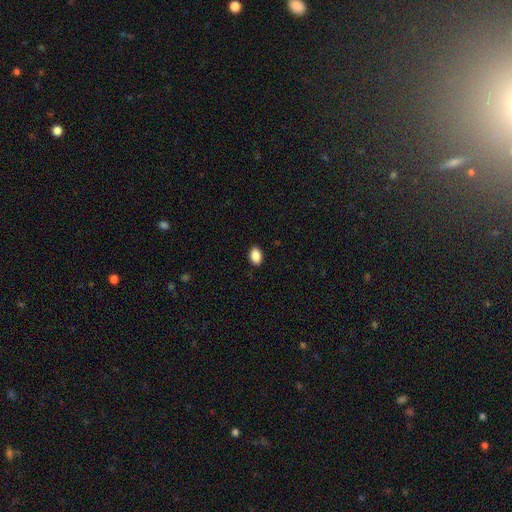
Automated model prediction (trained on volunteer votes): Q: Smooth or featured?
A: smooth (89%); runner-up: star or artifact (8%)
Q: How rounded?
A: in between (88%); runner-up: round (11%)
Q: Merging?
A: none (90%); runner-up: minor disturbance (7%)